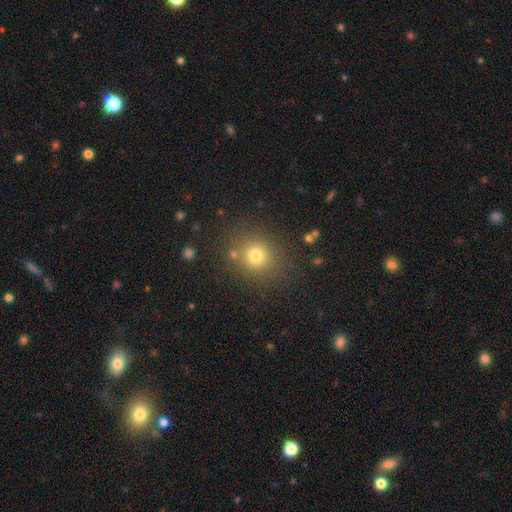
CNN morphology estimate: A smooth galaxy with no disk features (73%) that is round (83%). Merging: none (82%).